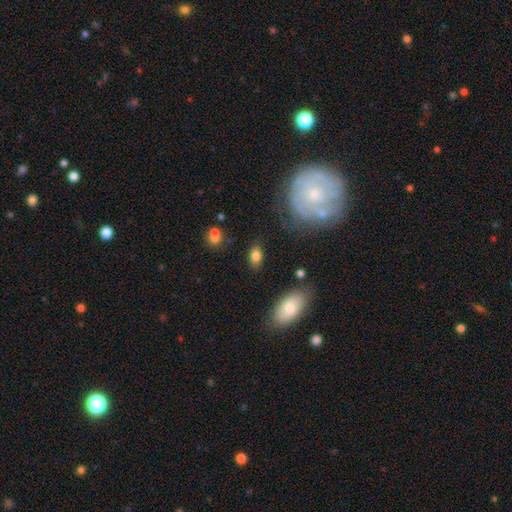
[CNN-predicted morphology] Smooth or featured?
  - smooth: 82% *
  - star or artifact: 10%
  - featured or disk: 8%
How rounded?
  - in between: 85% *
  - round: 13%
  - cigar-shaped: 3%
Merging?
  - none: 80% *
  - minor disturbance: 13%
  - major disturbance: 4%
  - merger: 3%